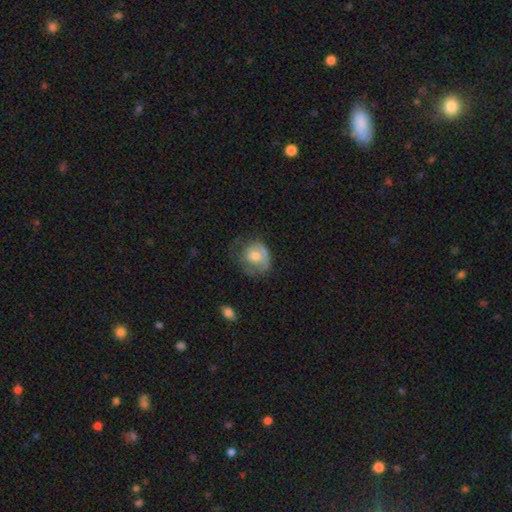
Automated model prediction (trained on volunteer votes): Overall: smooth (55%; featured or disk 37%). How rounded: round (69%; in between 30%). Merging: none (44%; minor disturbance 28%).